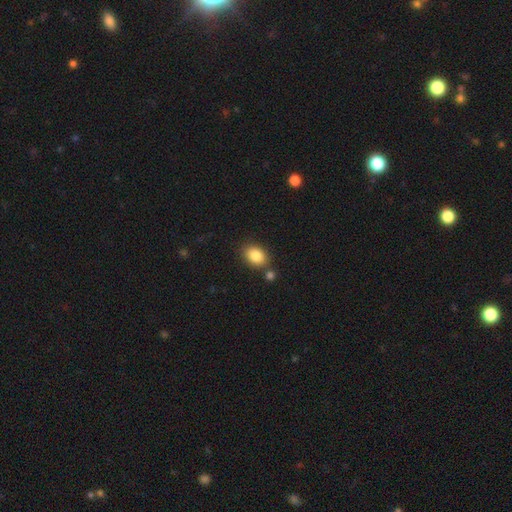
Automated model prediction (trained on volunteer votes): Smooth or featured? Predicted: smooth (p=0.86). How rounded? Predicted: in between (p=0.78). Merging? Predicted: none (p=0.74).